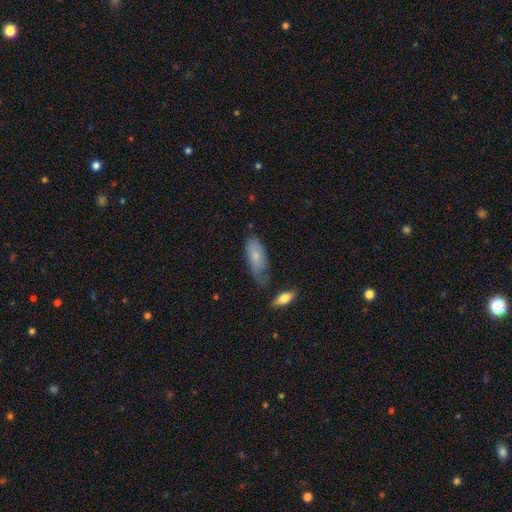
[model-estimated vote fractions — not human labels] The model was most divided on "merging": none: 48%, minor disturbance: 35%, major disturbance: 11%, merger: 5%. More confident: how rounded — in between (79%); smooth or featured — smooth (74%).